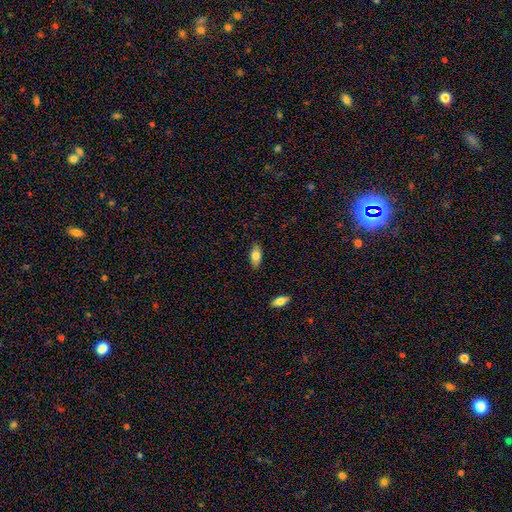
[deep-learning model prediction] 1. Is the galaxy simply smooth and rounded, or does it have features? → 81% smooth, 12% featured or disk, 7% star or artifact.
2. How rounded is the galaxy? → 89% in between, 7% cigar-shaped, 4% round.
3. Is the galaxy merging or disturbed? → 84% none, 13% minor disturbance, 2% major disturbance, 1% merger.